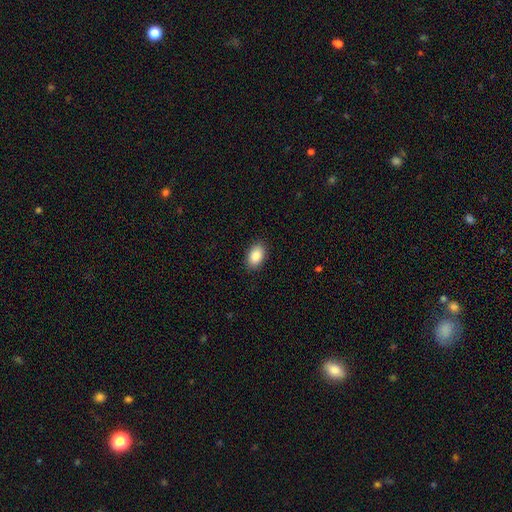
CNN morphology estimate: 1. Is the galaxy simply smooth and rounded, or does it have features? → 89% smooth, 7% star or artifact, 4% featured or disk.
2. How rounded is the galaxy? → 89% in between, 9% round, 1% cigar-shaped.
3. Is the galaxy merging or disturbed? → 88% none, 8% minor disturbance, 2% major disturbance, 1% merger.